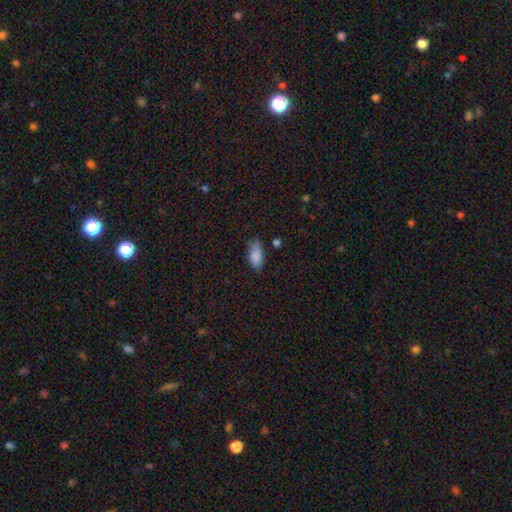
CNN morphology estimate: The model was most divided on "merging": none: 72%, minor disturbance: 22%, major disturbance: 4%, merger: 2%. More confident: how rounded — in between (90%); smooth or featured — smooth (86%).